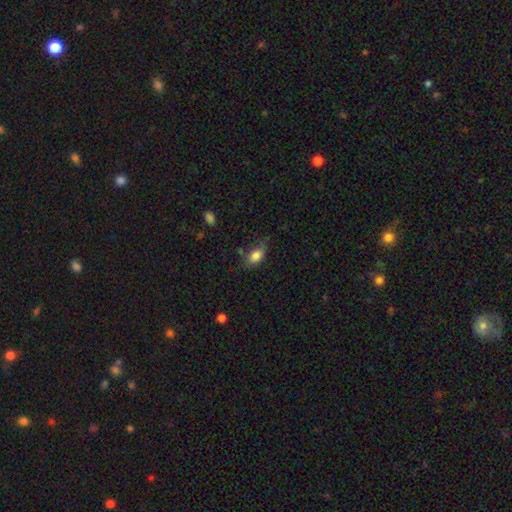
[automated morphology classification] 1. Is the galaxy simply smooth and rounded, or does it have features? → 83% smooth, 9% featured or disk, 8% star or artifact.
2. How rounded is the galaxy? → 88% in between, 9% round, 4% cigar-shaped.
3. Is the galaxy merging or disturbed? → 59% none, 30% minor disturbance, 9% major disturbance, 3% merger.